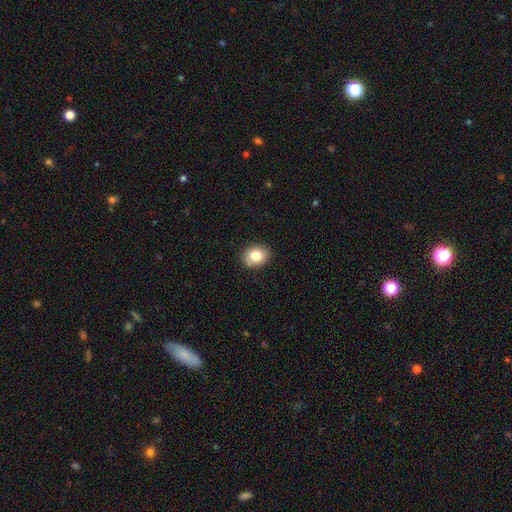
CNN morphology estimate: A smooth galaxy with no disk features (82%) that is in between round and cigar-shaped (50%). Merging: none (85%).